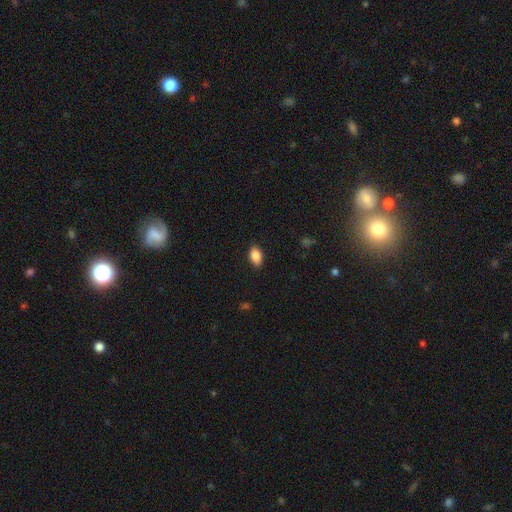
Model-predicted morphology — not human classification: Smooth or featured? Predicted: smooth (p=0.87). How rounded? Predicted: in between (p=0.91). Merging? Predicted: none (p=0.88).